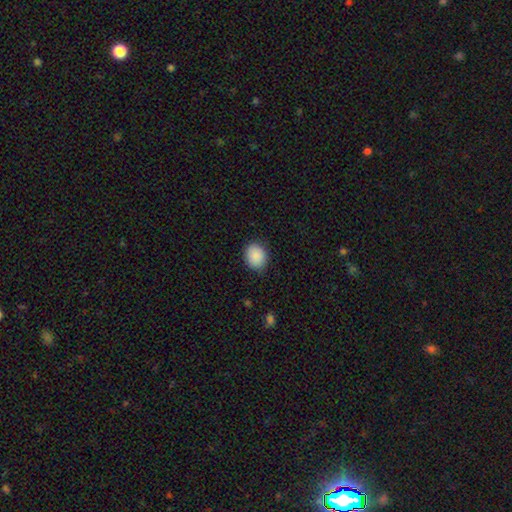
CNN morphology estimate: smooth-or-featured: smooth: 89% | star or artifact: 7% | featured or disk: 3%
  how-rounded: round: 57% | in between: 42% | cigar-shaped: 1%
  merging: none: 86% | minor disturbance: 11% | major disturbance: 2% | merger: 1%